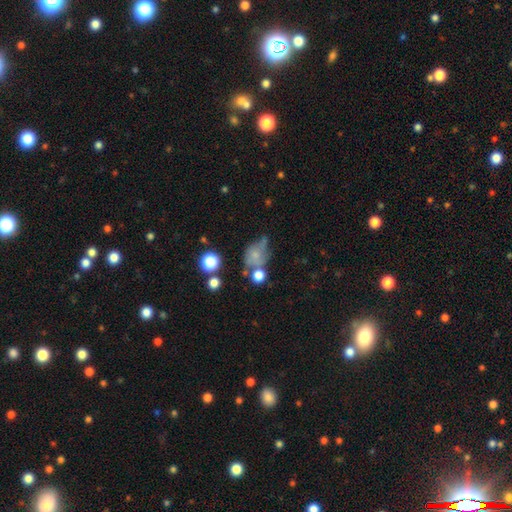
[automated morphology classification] Smooth or featured? smooth (59%)
How rounded? in between (53%)
Merging? none (29%)